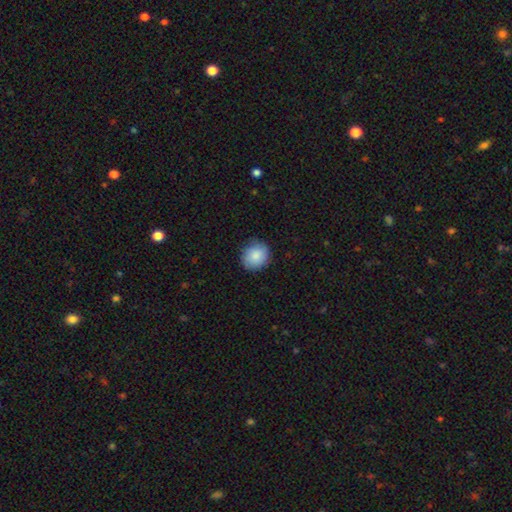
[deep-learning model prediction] Q: Smooth or featured?
A: smooth (84%); runner-up: featured or disk (9%)
Q: How rounded?
A: round (82%); runner-up: in between (17%)
Q: Merging?
A: none (83%); runner-up: minor disturbance (13%)